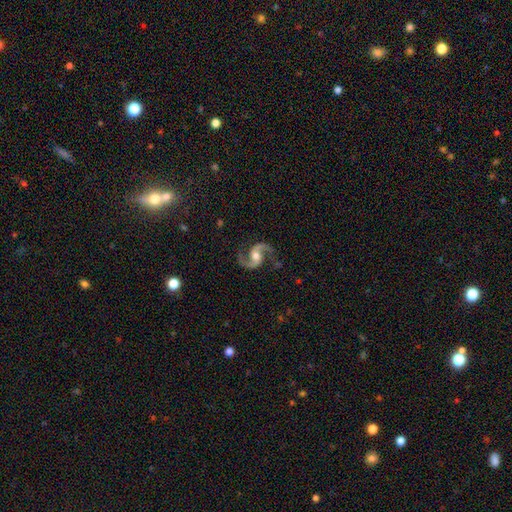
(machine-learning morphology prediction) Smooth or featured: featured or disk — 93% (star or artifact — 4%)
Edge-on disk: no — 98% (yes — 2%)
Bar: no — 52% (weak — 35%)
Spiral arms: yes — 98% (no — 2%)
Spiral winding: medium — 54% (loose — 38%)
Spiral arm count: 2 — 95% (1 — 1%)
Bulge size: moderate — 70% (small — 16%)
Merging: none — 83% (minor disturbance — 11%)